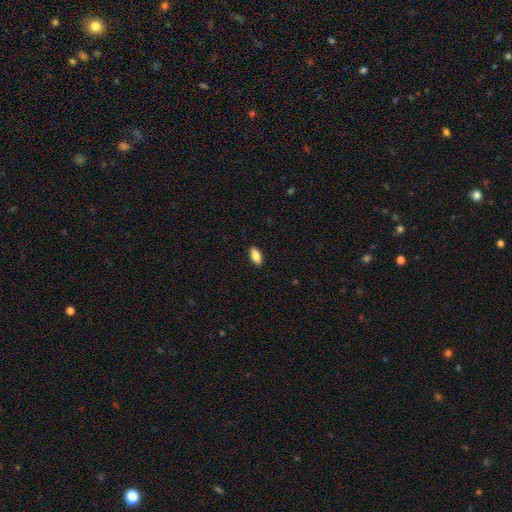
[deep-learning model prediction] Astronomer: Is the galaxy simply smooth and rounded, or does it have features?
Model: smooth — 86%.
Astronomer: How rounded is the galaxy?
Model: in between — 87%.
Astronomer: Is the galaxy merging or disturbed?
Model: none — 90%.